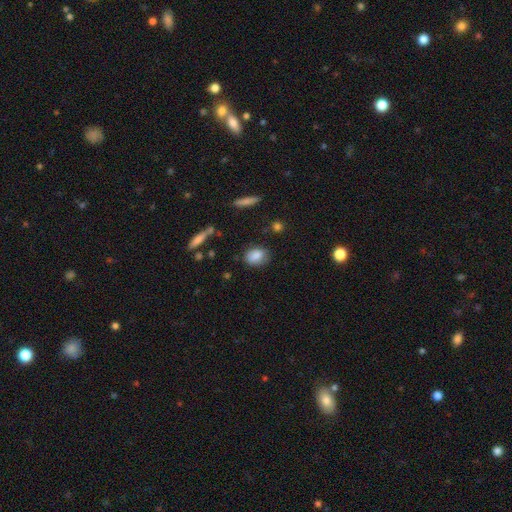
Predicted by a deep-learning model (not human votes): This appears to be a smooth galaxy with no disk features (85%) that is in between round and cigar-shaped (71%). Merging: none (77%).